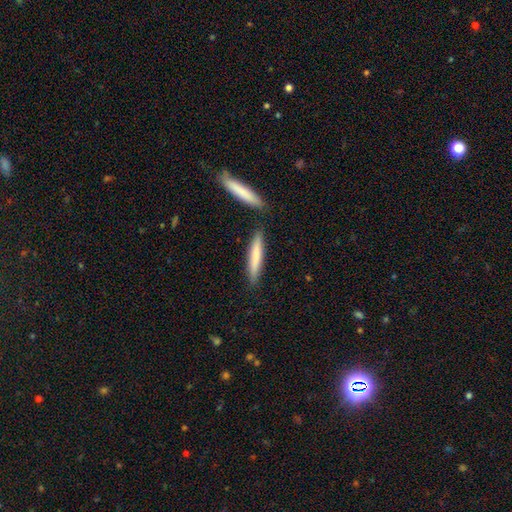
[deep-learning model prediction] Smooth or featured?
  - smooth: 75% *
  - featured or disk: 20%
  - star or artifact: 5%
How rounded?
  - cigar-shaped: 92% *
  - in between: 7%
  - round: 1%
Merging?
  - none: 81% *
  - minor disturbance: 10%
  - merger: 7%
  - major disturbance: 2%